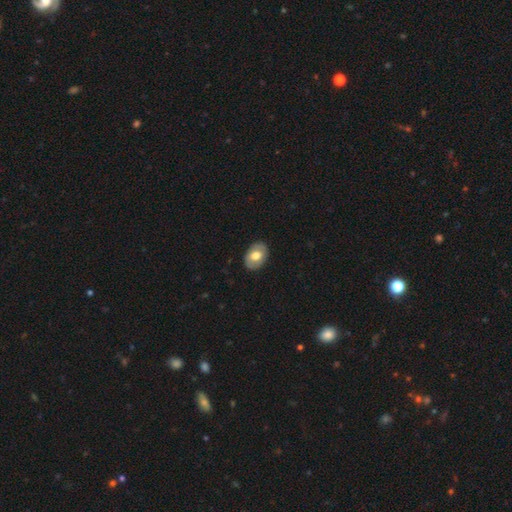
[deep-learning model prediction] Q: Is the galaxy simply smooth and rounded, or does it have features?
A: smooth — 61%.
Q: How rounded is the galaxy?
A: in between — 80%.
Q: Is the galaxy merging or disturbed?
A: none — 86%.